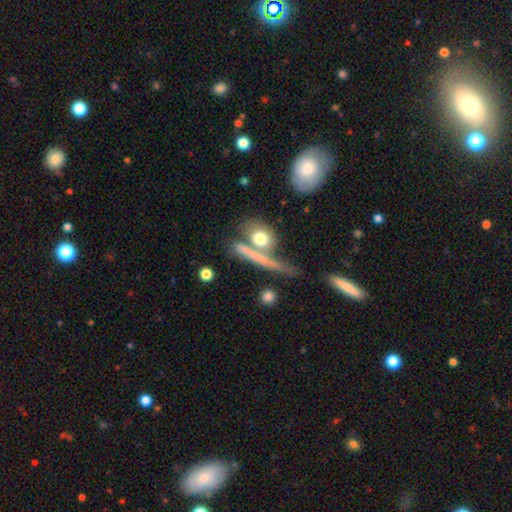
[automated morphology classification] This is possibly a smooth galaxy (53%). How rounded: possibly cigar-shaped (48%). Merging: possibly none (48%).